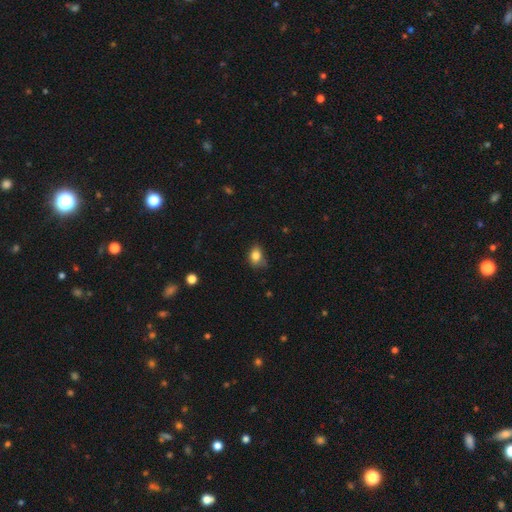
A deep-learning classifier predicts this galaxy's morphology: Smooth or featured? smooth (83%)
How rounded? in between (68%)
Merging? none (62%)